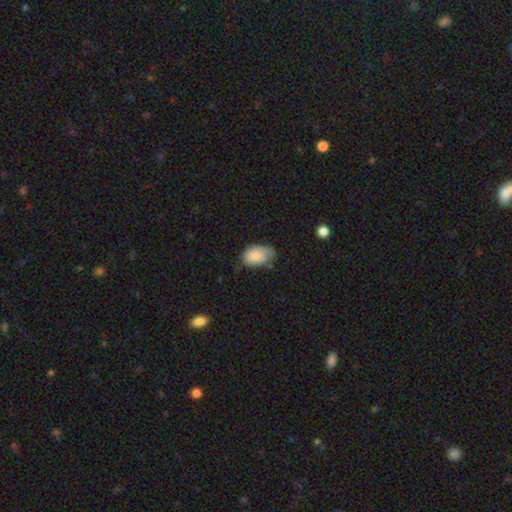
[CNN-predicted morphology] A smooth galaxy with no disk features (81%) that is in between round and cigar-shaped (90%).

Vote fractions:
- Smooth or featured? smooth: 81% / featured or disk: 12% / star or artifact: 7%
- How rounded? in between: 90% / round: 9% / cigar-shaped: 1%
- Merging? none: 47% / minor disturbance: 40% / major disturbance: 11% / merger: 3%